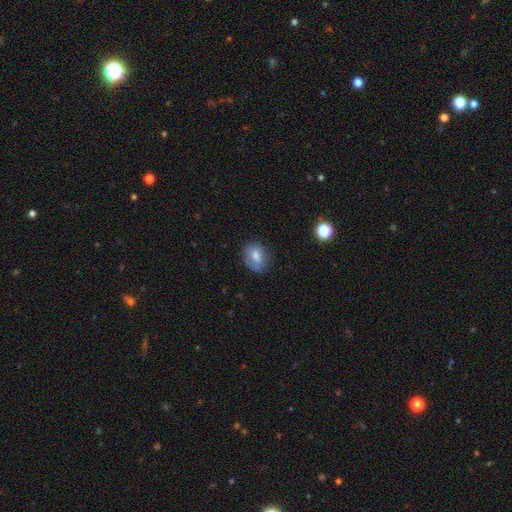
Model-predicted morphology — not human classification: Smooth or featured? smooth (66%)
How rounded? in between (56%)
Merging? none (65%)